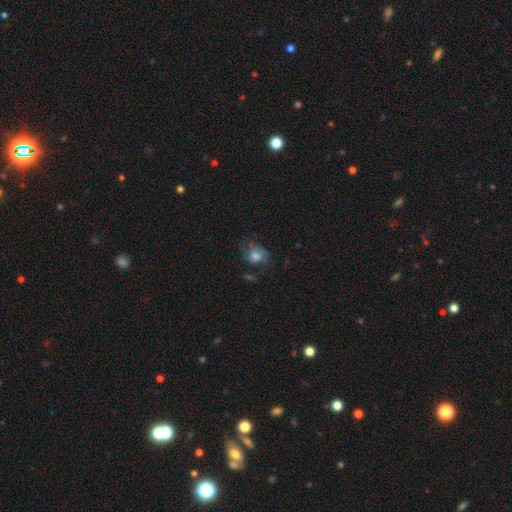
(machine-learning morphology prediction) smooth_or_featured: smooth (p=0.58) [alt: featured or disk p=0.30]
how_rounded: round (p=0.55) [alt: in between p=0.44]
merging: none (p=0.50) [alt: minor disturbance p=0.25]